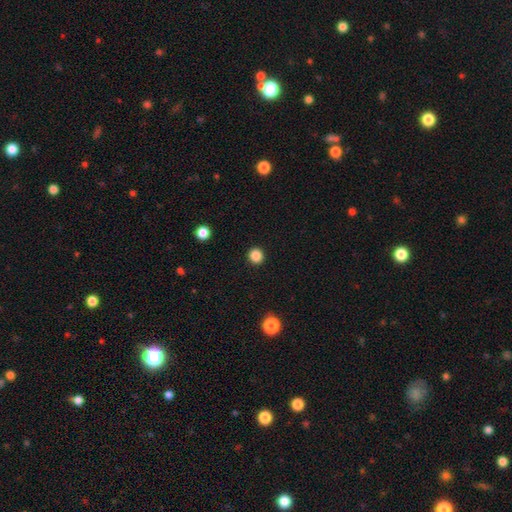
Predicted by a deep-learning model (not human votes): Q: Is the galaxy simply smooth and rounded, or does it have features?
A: smooth — 86%.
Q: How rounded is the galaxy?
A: round — 92%.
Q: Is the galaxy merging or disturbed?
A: none — 93%.